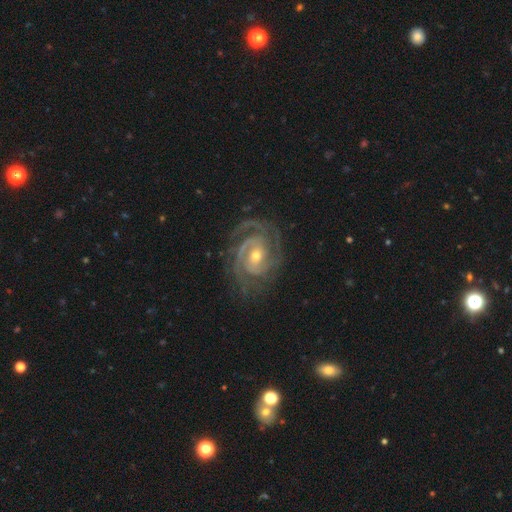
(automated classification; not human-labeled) featured or disk 92%, star or artifact 5%, smooth 3%. Down the decision tree: edge-on disk — no (97%); bar — no (44%); spiral arms — yes (98%); spiral arm count — 2 (37%); spiral winding — tight (70%); bulge size — moderate (51%); merging — none (77%).